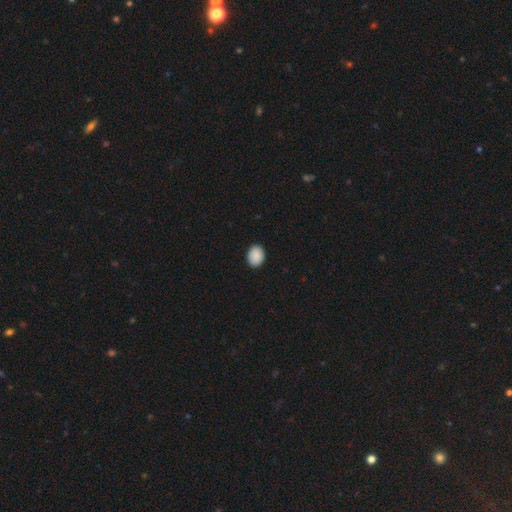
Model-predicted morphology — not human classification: This is clearly a smooth galaxy (91%). How rounded: likely in between (61%). Merging: clearly none (91%).